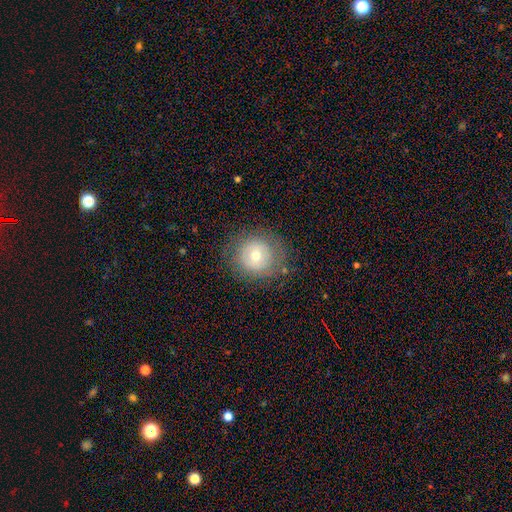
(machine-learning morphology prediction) Smooth or featured? smooth (64%)
How rounded? round (90%)
Merging? none (80%)